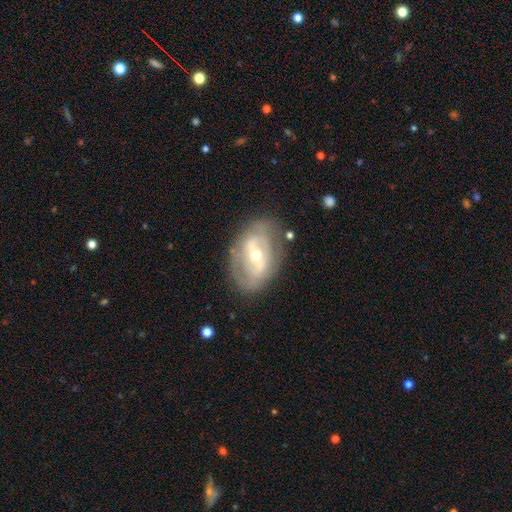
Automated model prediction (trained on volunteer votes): The model was most divided on "spiral arms": yes: 51%, no: 49%. Remaining: edge-on disk — no (93%); smooth or featured — featured or disk (76%); merging — none (74%); bulge size — moderate (61%); bar — strong (49%).